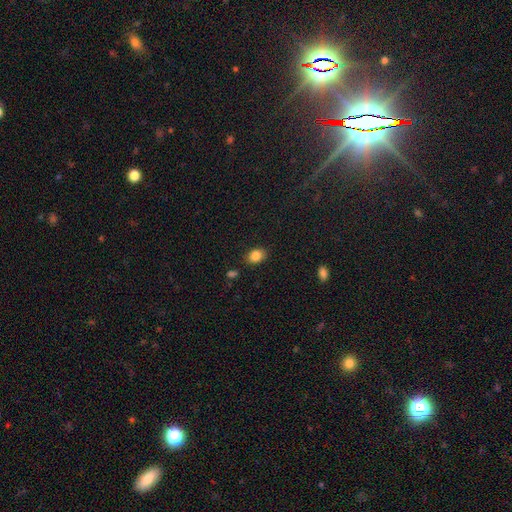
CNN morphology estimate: A smooth galaxy with no disk features (85%) that is in between round and cigar-shaped (64%).

Vote fractions:
- Smooth or featured? smooth: 85% / star or artifact: 10% / featured or disk: 6%
- How rounded? in between: 64% / round: 35% / cigar-shaped: 1%
- Merging? none: 85% / minor disturbance: 10% / major disturbance: 3% / merger: 2%